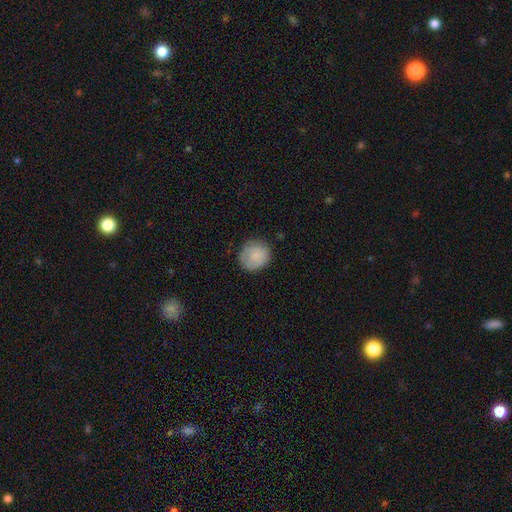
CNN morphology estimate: Q: Smooth or featured?
A: smooth (83%); runner-up: featured or disk (10%)
Q: How rounded?
A: round (85%); runner-up: in between (14%)
Q: Merging?
A: none (78%); runner-up: minor disturbance (16%)